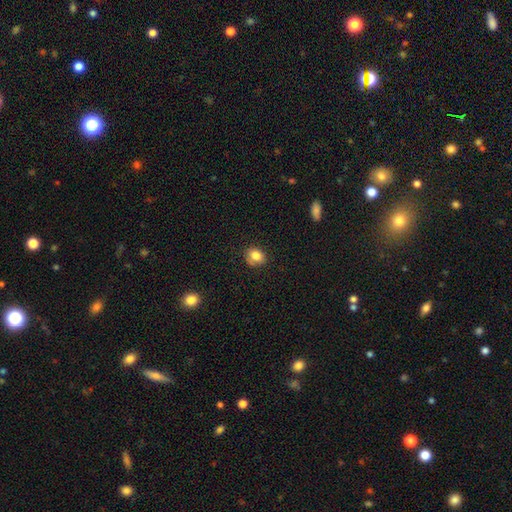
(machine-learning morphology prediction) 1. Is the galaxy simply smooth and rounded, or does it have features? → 82% smooth, 10% star or artifact, 7% featured or disk.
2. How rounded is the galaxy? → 57% round, 42% in between, 1% cigar-shaped.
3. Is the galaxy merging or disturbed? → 75% none, 19% minor disturbance, 4% major disturbance, 2% merger.